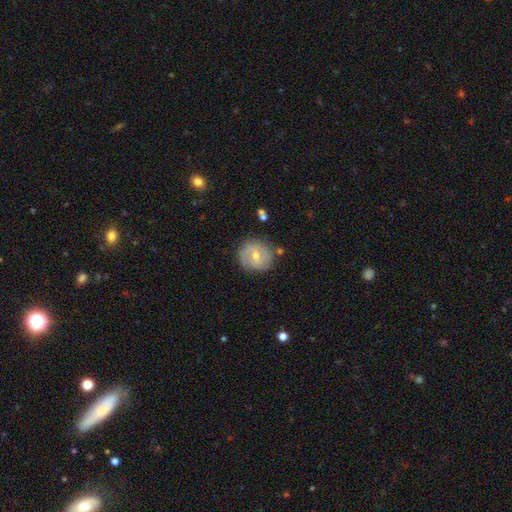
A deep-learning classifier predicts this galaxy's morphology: A featured or disk galaxy (49%). Merging: none (76%).